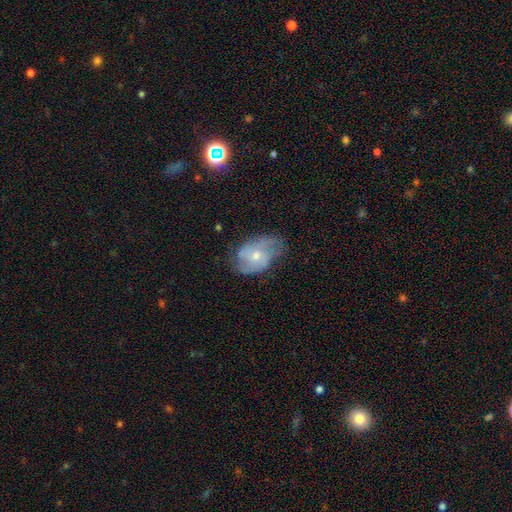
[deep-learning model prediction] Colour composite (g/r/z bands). It shows a featured or disk galaxy (59%) with no bar (71%), spiral arms (76%) and a moderate central bulge (53%). Merging: none (53%).